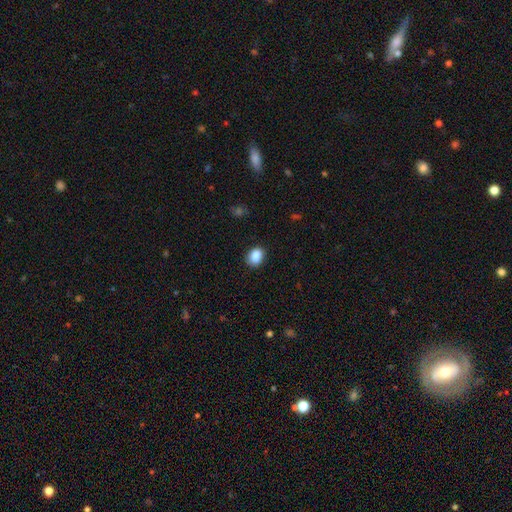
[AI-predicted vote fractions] Morphology: type=smooth (88%); roundness=in between (62%); merging=none (83%).